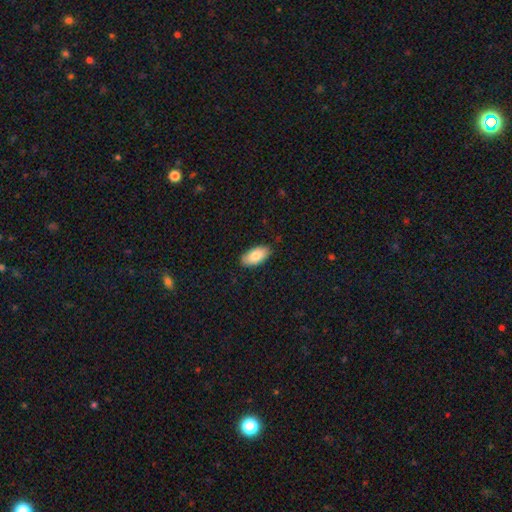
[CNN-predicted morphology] This is clearly a smooth galaxy (83%). How rounded: clearly in between (93%). Merging: clearly none (87%).